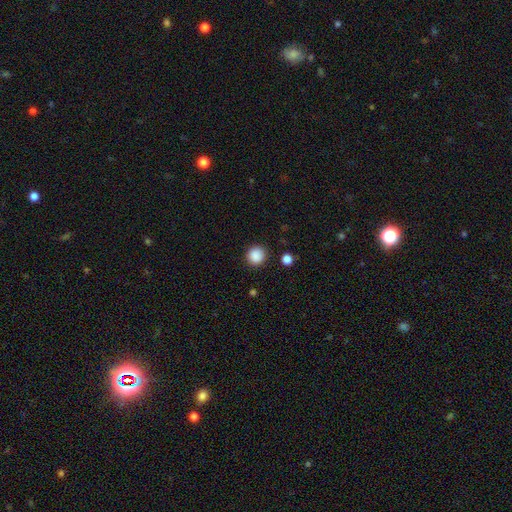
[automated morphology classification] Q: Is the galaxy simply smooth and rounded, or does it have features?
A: smooth — 88%.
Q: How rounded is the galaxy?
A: round — 91%.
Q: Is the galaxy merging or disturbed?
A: none — 89%.